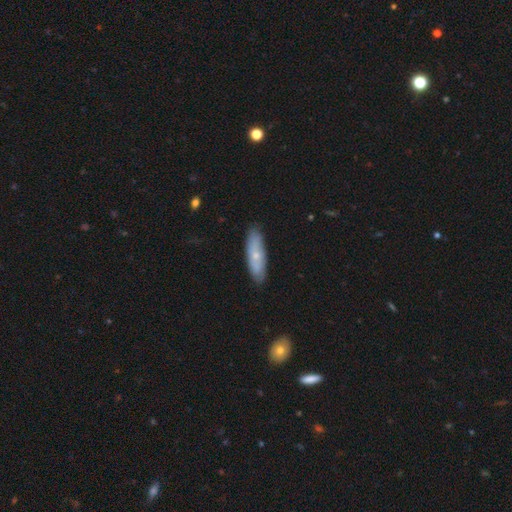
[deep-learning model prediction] A smooth galaxy with no disk features (58%) that is cigar-shaped (52%). Merging: none (85%).